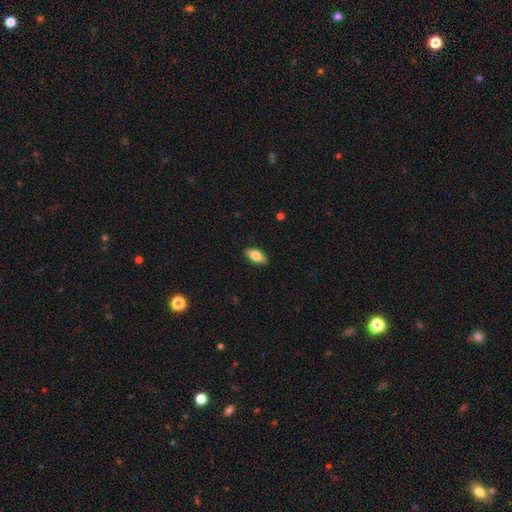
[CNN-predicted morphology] Smooth or featured? Predicted: smooth (p=0.79). How rounded? Predicted: in between (p=0.89). Merging? Predicted: none (p=0.89).